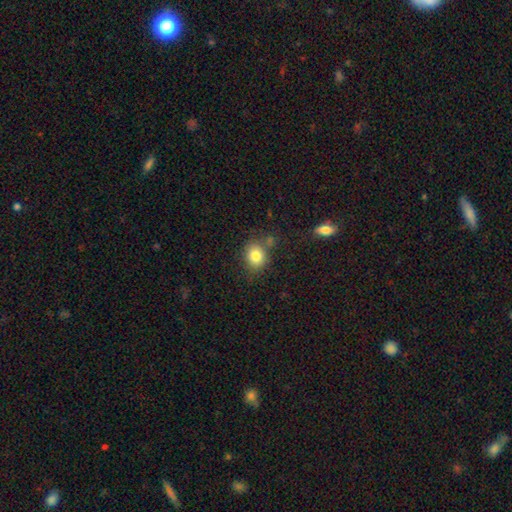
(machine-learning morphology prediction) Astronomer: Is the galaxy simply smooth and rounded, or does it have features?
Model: smooth — 83%.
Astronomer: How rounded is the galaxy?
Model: round — 62% (runner-up: in between, 37%).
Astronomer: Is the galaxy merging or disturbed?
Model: none — 72%.